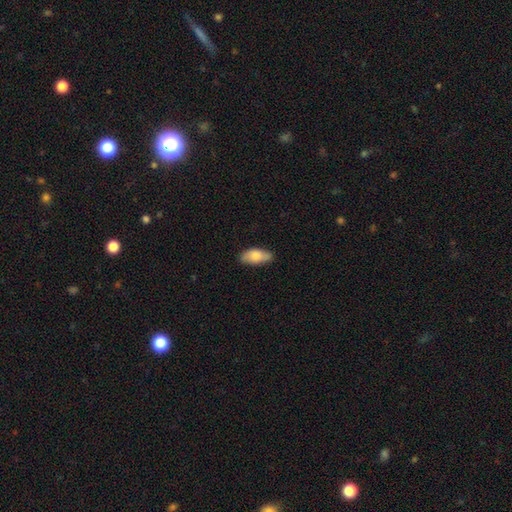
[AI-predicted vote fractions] A smooth galaxy with no disk features (77%) that is in between round and cigar-shaped (88%).

Vote fractions:
- Smooth or featured? smooth: 77% / featured or disk: 17% / star or artifact: 6%
- How rounded? in between: 88% / cigar-shaped: 10% / round: 2%
- Merging? none: 79% / minor disturbance: 17% / major disturbance: 3% / merger: 1%